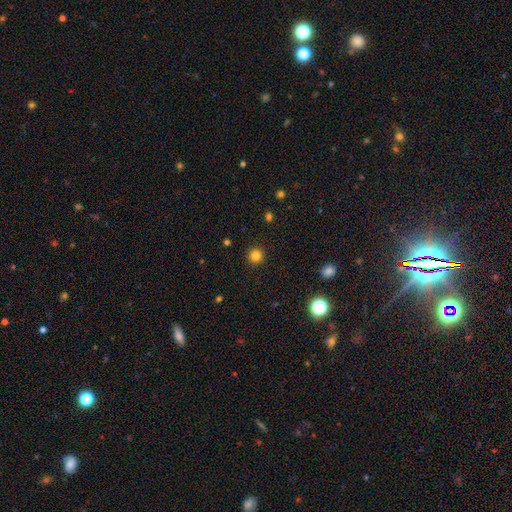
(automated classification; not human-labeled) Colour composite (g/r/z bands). It shows a smooth galaxy with no disk features (82%) that is round (95%). Merging: none (92%).